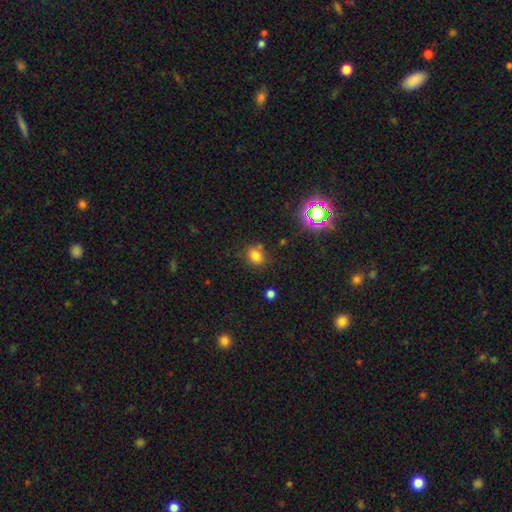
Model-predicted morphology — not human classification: A smooth galaxy with no disk features (75%) that is round (60%). Merging: none (74%).